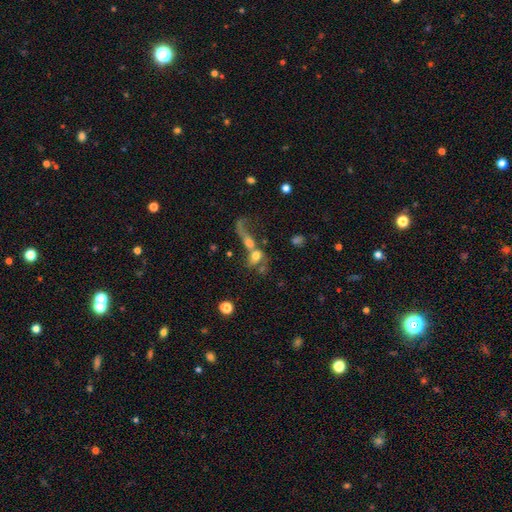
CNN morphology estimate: Smooth or featured? smooth (50%)
How rounded? in between (49%)
Merging? merger (67%)